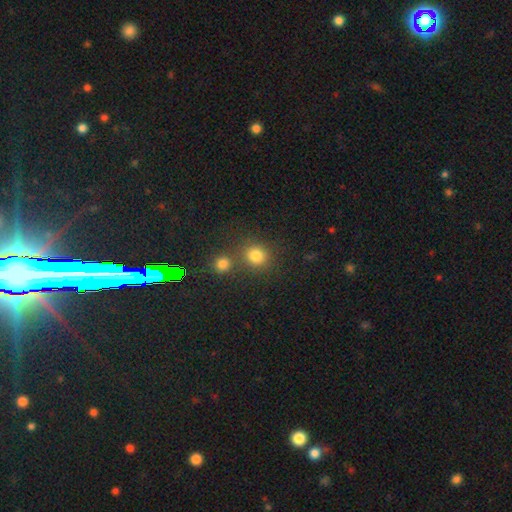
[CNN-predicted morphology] This appears to be a smooth galaxy with no disk features (79%) that is round (87%). Merging: none (67%).